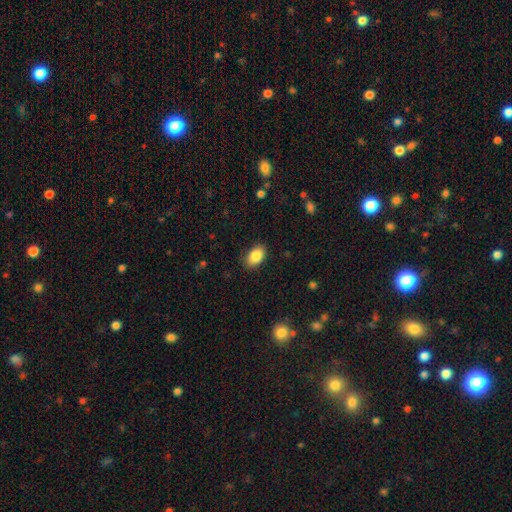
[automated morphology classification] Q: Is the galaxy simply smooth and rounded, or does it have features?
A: smooth — 87%.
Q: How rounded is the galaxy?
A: in between — 91%.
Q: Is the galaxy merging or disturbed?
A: none — 86%.